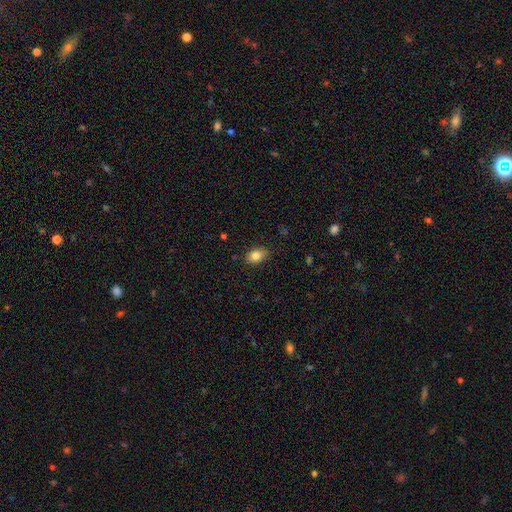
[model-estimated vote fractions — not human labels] Overall: smooth (83%). How rounded: in between (83%). Merging: none (84%).